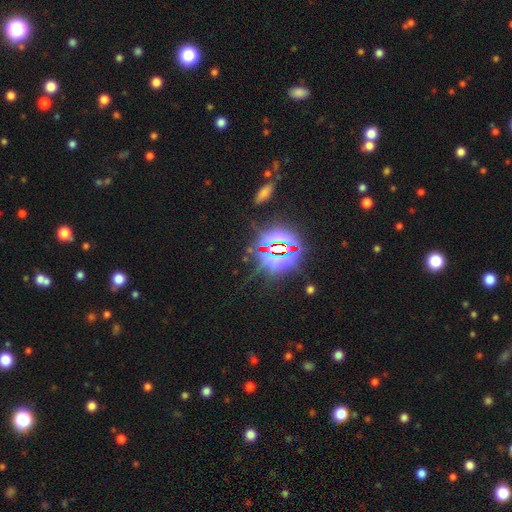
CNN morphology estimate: Smooth or featured? Predicted: star or artifact (p=0.84).